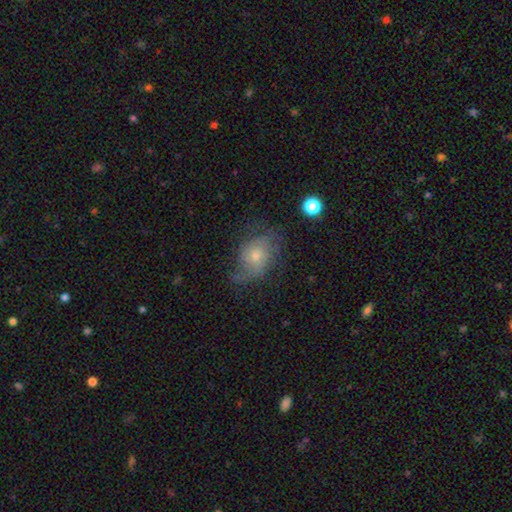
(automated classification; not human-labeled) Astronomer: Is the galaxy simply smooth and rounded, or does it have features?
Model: featured or disk — 50% (runner-up: smooth, 40%).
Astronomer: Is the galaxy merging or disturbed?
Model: none — 54%.